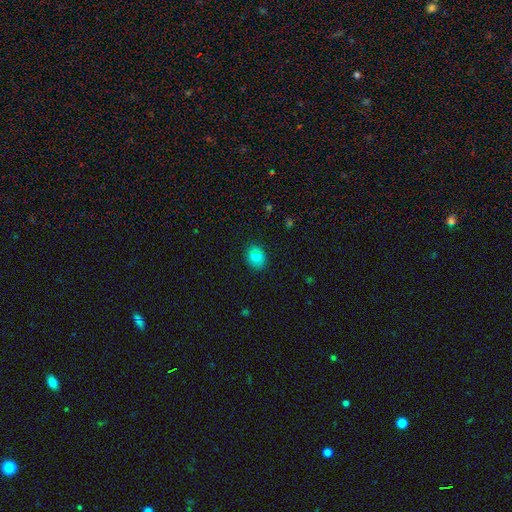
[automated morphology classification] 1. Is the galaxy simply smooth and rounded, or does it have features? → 82% smooth, 10% star or artifact, 7% featured or disk.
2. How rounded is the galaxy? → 56% round, 43% in between, 1% cigar-shaped.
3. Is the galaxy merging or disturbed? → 85% none, 12% minor disturbance, 2% major disturbance, 1% merger.